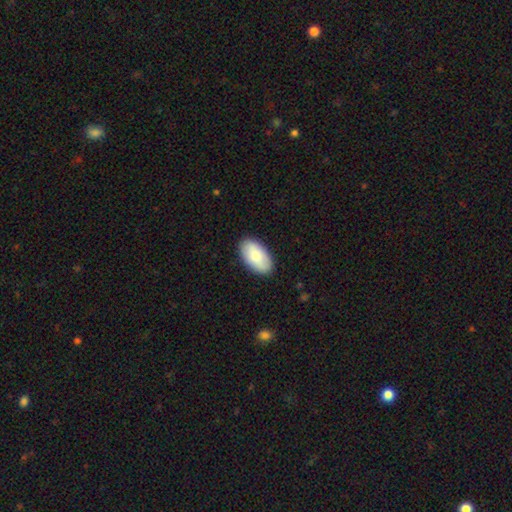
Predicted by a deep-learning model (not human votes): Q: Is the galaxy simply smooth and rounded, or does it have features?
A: smooth — 83%.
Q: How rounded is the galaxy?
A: in between — 96%.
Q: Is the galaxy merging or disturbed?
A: none — 88%.